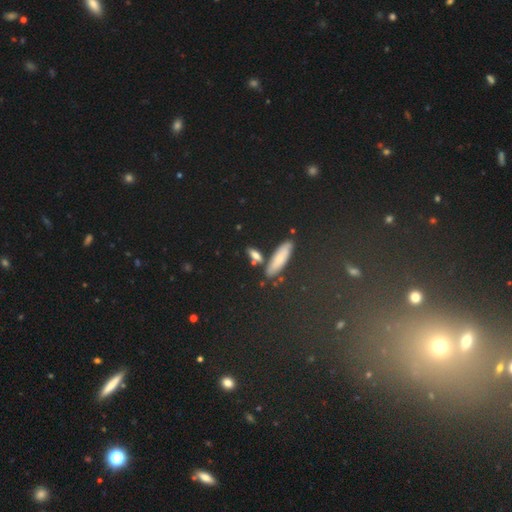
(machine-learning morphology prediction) This appears to be a smooth galaxy with no disk features (67%) that is in between round and cigar-shaped (48%). Merging: none (75%).